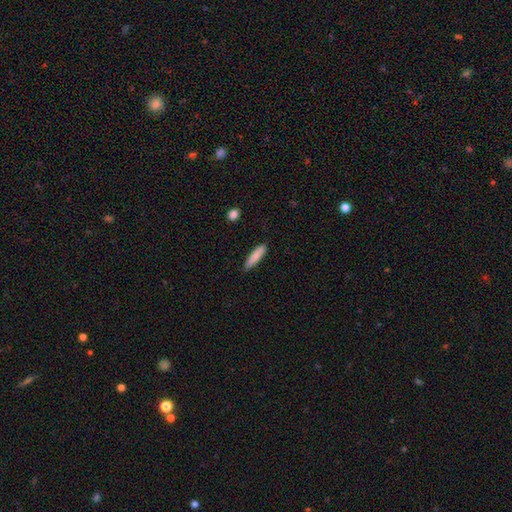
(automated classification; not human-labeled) Smooth or featured? smooth (86%)
How rounded? cigar-shaped (76%)
Merging? none (84%)